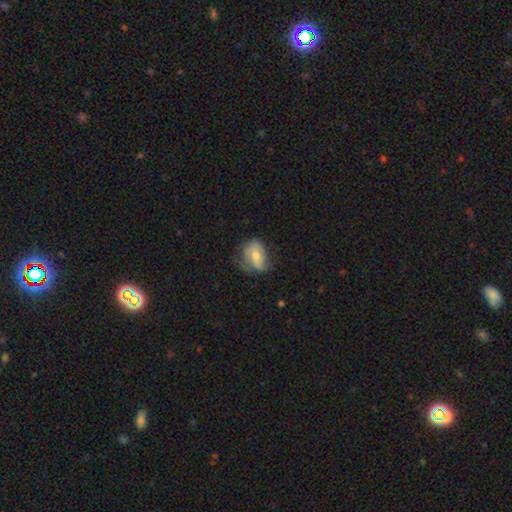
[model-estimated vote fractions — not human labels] Smooth or featured?
  - smooth: 49% *
  - featured or disk: 42%
  - star or artifact: 8%
Merging?
  - none: 48% *
  - minor disturbance: 33%
  - major disturbance: 18%
  - merger: 1%